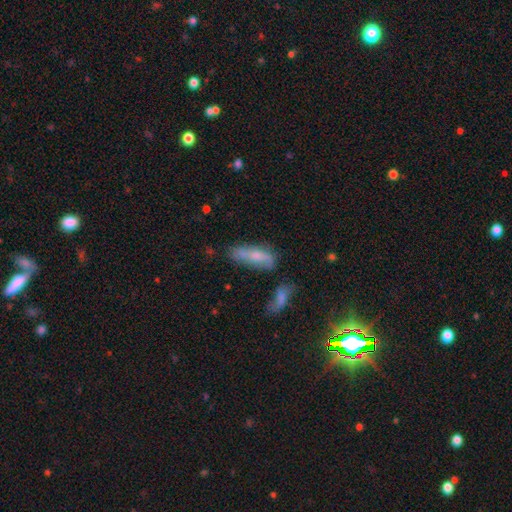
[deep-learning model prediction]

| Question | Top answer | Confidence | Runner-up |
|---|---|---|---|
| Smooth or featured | smooth | 58% | featured or disk (32%) |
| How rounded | in between | 54% | cigar-shaped (43%) |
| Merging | none | 48% | minor disturbance (26%) |